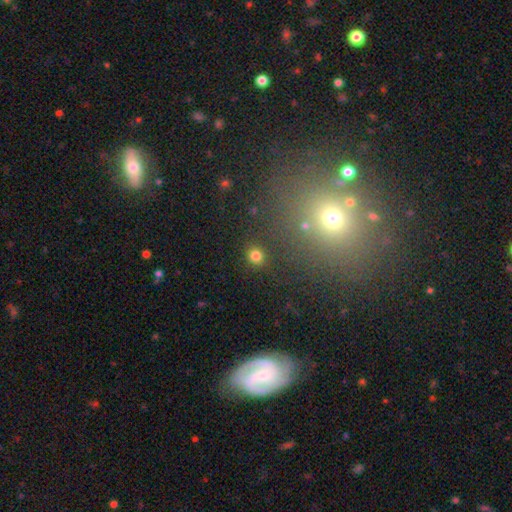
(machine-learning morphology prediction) The model was most divided on "smooth or featured": smooth: 80%, star or artifact: 15%, featured or disk: 5%. More confident: merging — none (88%); how rounded — round (88%).